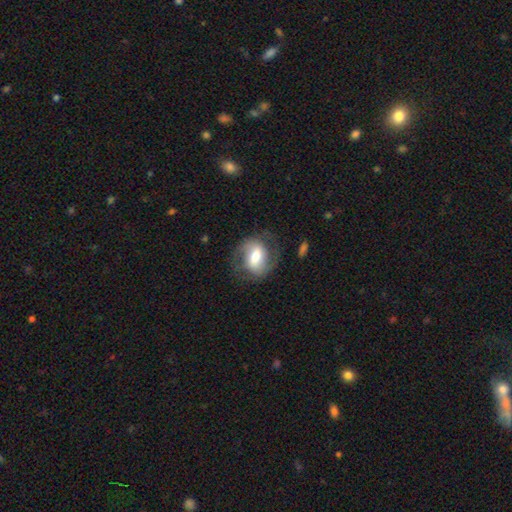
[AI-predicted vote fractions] Morphology: type=featured or disk (58%); edge-on=no (95%); bar=weak (41%); spiral arms=yes (77%); bulge=moderate (60%); merging=none (68%).